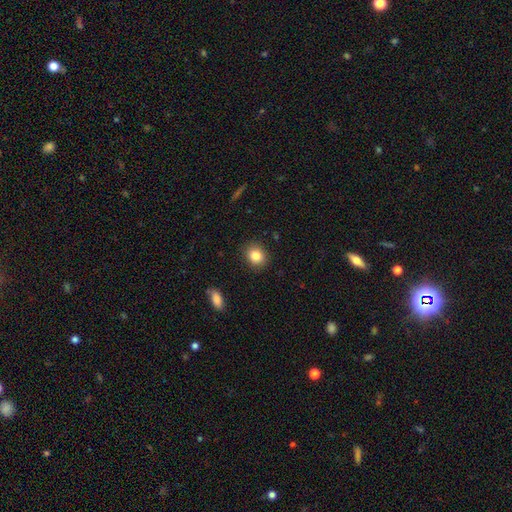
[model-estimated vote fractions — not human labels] Overall: smooth (84%). How rounded: round (66%; in between 33%). Merging: none (88%).